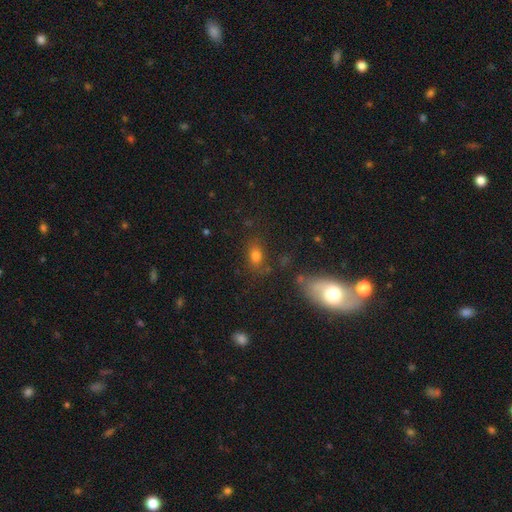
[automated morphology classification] smooth_or_featured: smooth (p=0.73) [alt: star or artifact p=0.17]
how_rounded: in between (p=0.70) [alt: round p=0.27]
merging: none (p=0.71) [alt: minor disturbance p=0.16]